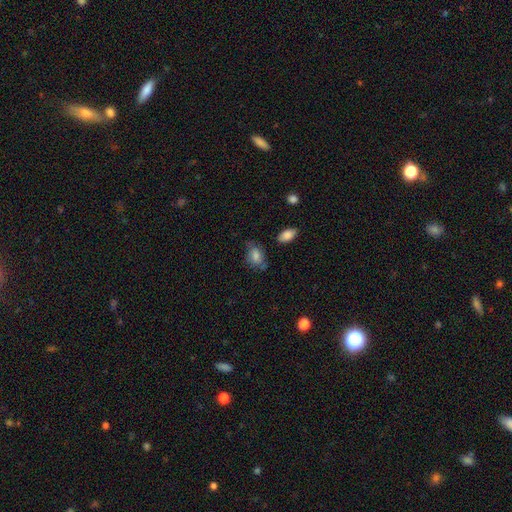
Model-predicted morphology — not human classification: This appears to be a smooth galaxy with no disk features (74%) that is in between round and cigar-shaped (78%). Merging: none (57%).